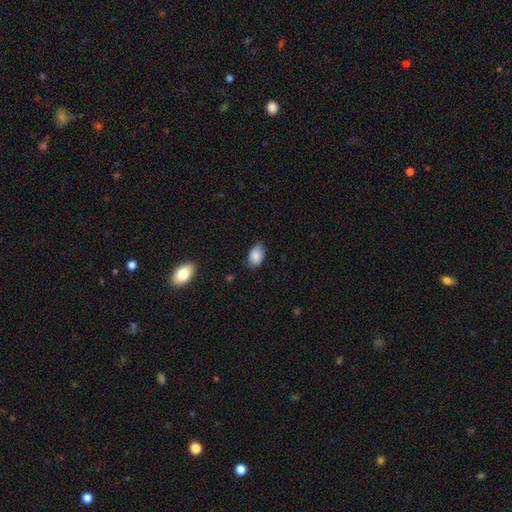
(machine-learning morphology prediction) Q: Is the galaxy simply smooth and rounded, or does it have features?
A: smooth — 88%.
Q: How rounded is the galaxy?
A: in between — 89%.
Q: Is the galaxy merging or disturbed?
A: none — 79%.